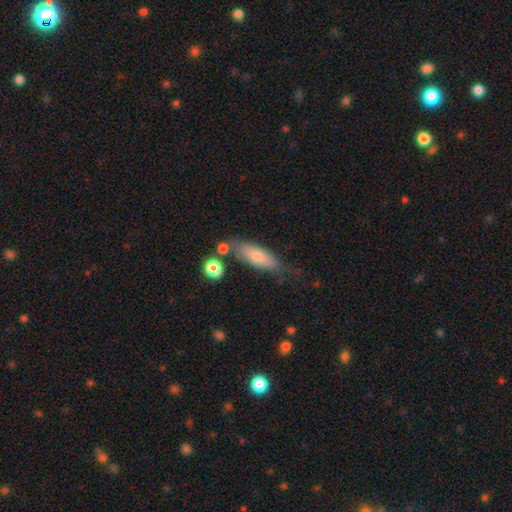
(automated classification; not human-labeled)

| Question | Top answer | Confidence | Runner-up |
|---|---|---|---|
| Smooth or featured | smooth | 56% | featured or disk (32%) |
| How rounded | cigar-shaped | 51% | in between (46%) |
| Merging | none | 64% | minor disturbance (22%) |